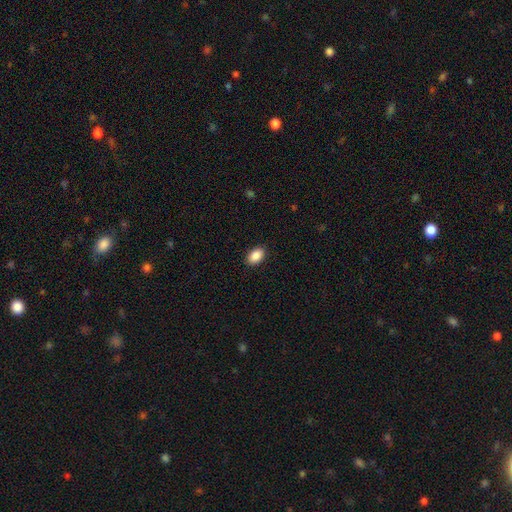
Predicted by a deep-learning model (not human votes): A smooth galaxy with no disk features (90%) that is in between round and cigar-shaped (89%). Merging: none (89%).